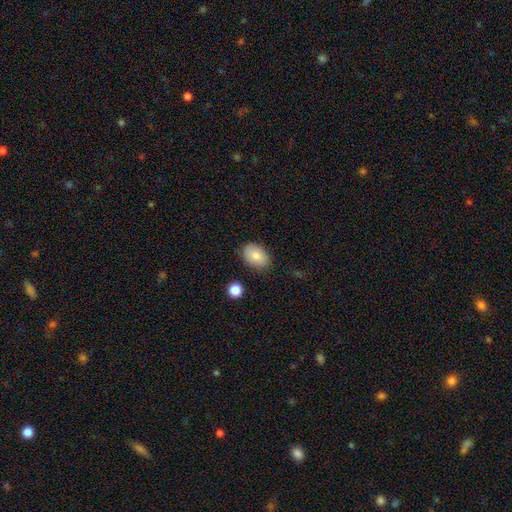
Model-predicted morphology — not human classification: type=smooth (82%); roundness=in between (86%); merging=none (82%).